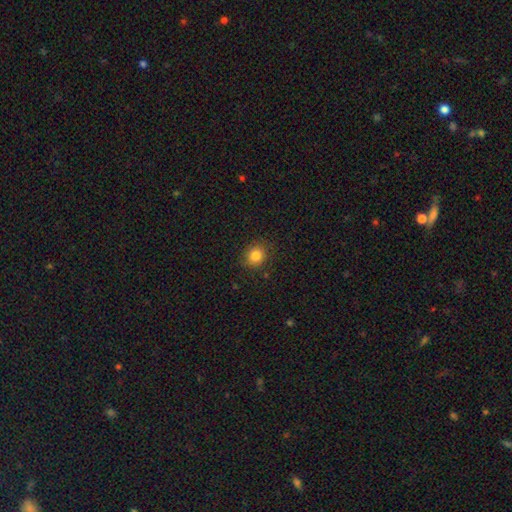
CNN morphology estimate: type=smooth (83%); roundness=round (80%); merging=none (88%).